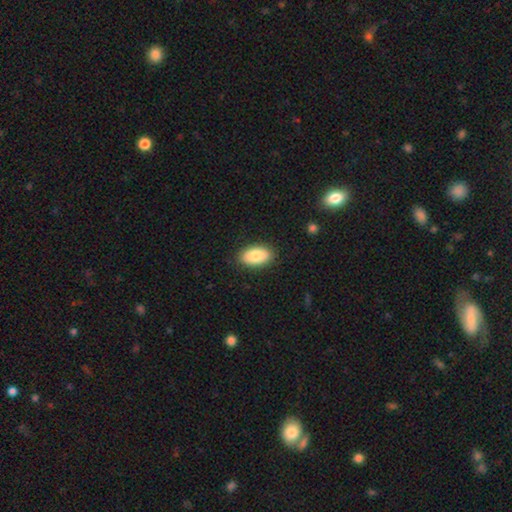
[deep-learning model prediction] A smooth galaxy with no disk features (86%) that is in between round and cigar-shaped (94%). Merging: none (88%).